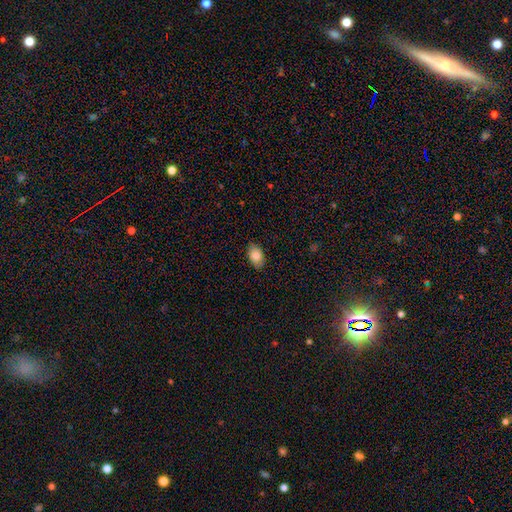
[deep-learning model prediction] smooth-or-featured: smooth: 85% | featured or disk: 8% | star or artifact: 7%
  how-rounded: in between: 89% | round: 9% | cigar-shaped: 1%
  merging: none: 85% | minor disturbance: 12% | major disturbance: 3% | merger: 1%